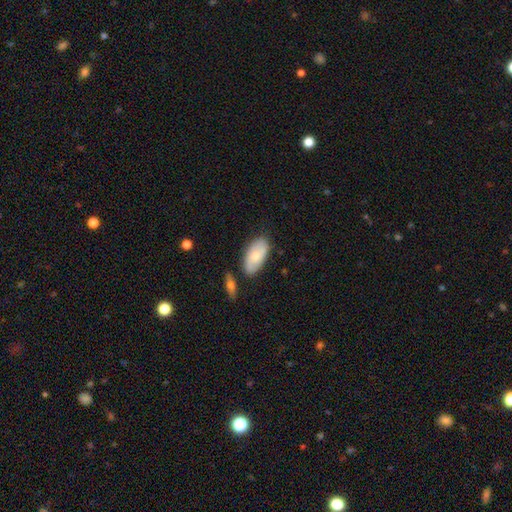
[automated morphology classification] The model was most divided on "smooth or featured": smooth: 69%, featured or disk: 25%, star or artifact: 6%. More confident: how rounded — in between (93%); merging — none (77%).